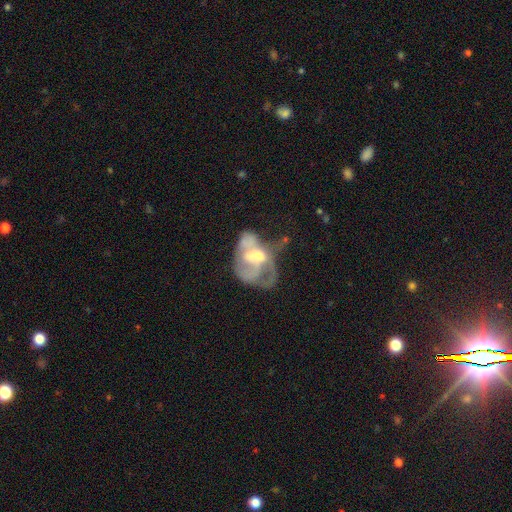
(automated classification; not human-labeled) A featured or disk galaxy (63%) with no bar (72%), no spiral arms (68%) and a moderate central bulge (51%). Merging: major disturbance (41%).